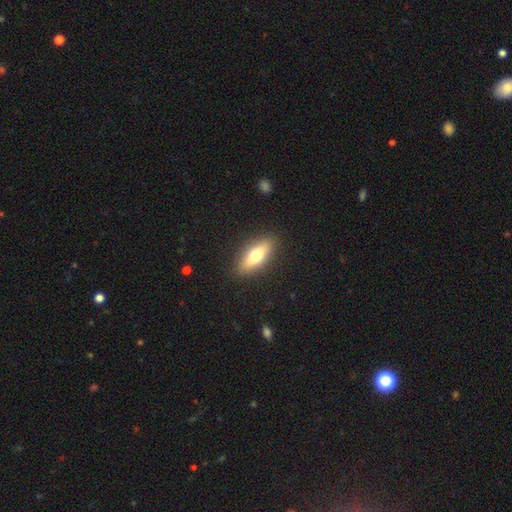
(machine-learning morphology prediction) The model was most divided on "how rounded": in between: 64%, cigar-shaped: 33%, round: 3%. More confident: merging — none (89%); smooth or featured — smooth (64%).